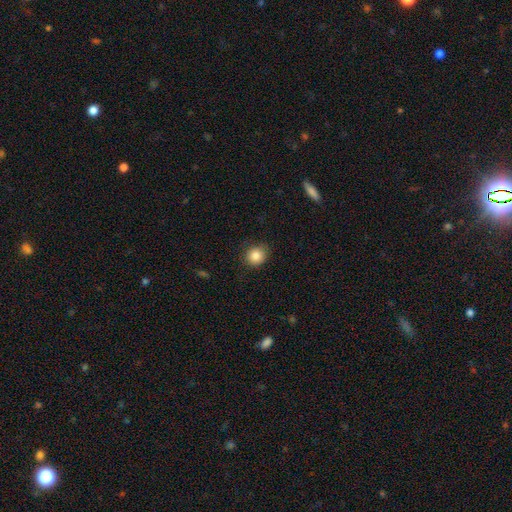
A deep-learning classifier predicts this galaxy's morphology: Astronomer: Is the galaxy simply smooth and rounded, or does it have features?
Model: smooth — 85%.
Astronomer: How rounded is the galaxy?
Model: round — 80%.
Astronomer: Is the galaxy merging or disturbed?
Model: none — 82%.